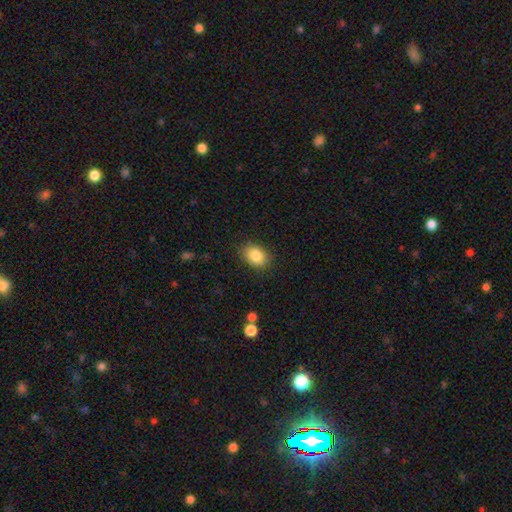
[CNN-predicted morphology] A smooth galaxy with no disk features (85%) that is in between round and cigar-shaped (77%).

Vote fractions:
- Smooth or featured? smooth: 85% / star or artifact: 8% / featured or disk: 7%
- How rounded? in between: 77% / round: 22% / cigar-shaped: 1%
- Merging? none: 86% / minor disturbance: 10% / major disturbance: 3% / merger: 1%